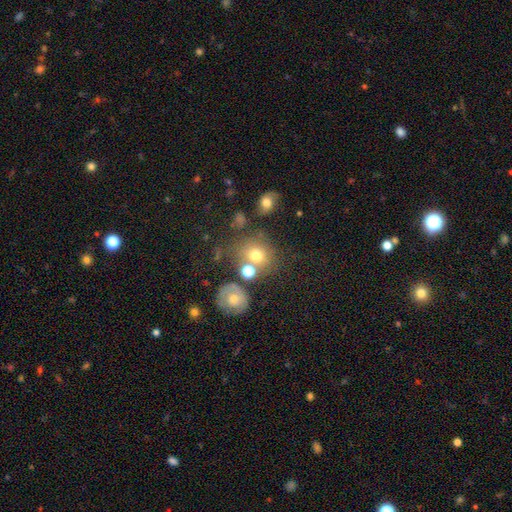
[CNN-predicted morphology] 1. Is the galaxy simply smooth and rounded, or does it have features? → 70% smooth, 15% star or artifact, 15% featured or disk.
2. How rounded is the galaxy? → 79% round, 20% in between, 1% cigar-shaped.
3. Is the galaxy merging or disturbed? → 59% none, 21% merger, 14% minor disturbance, 7% major disturbance.